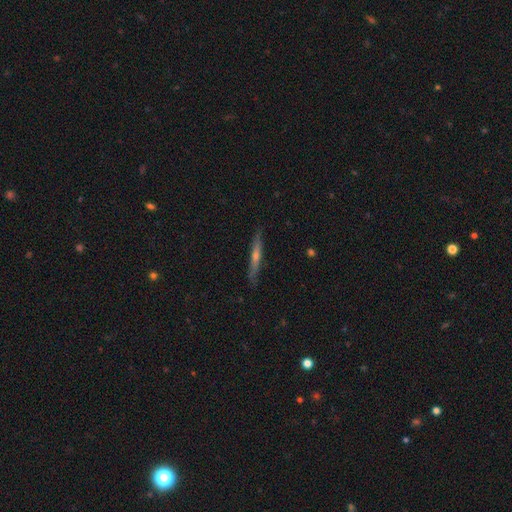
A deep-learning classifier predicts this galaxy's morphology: Smooth or featured? Predicted: featured or disk (p=0.64). Edge-on disk? Predicted: yes (p=0.96). Edge-on bulge? Predicted: rounded (p=0.73). Merging? Predicted: none (p=0.87).